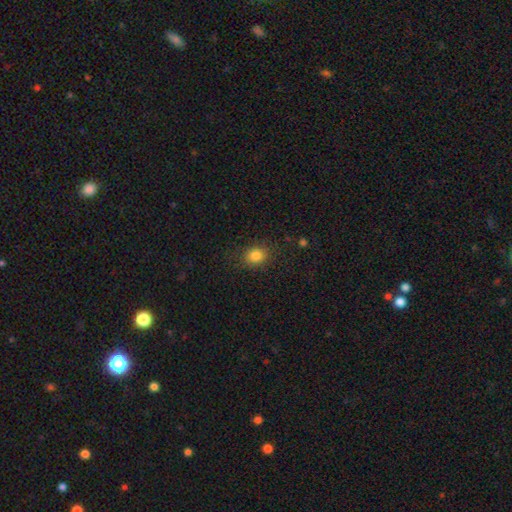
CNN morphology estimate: This appears to be a smooth galaxy with no disk features (83%) that is round (55%). Merging: none (85%).